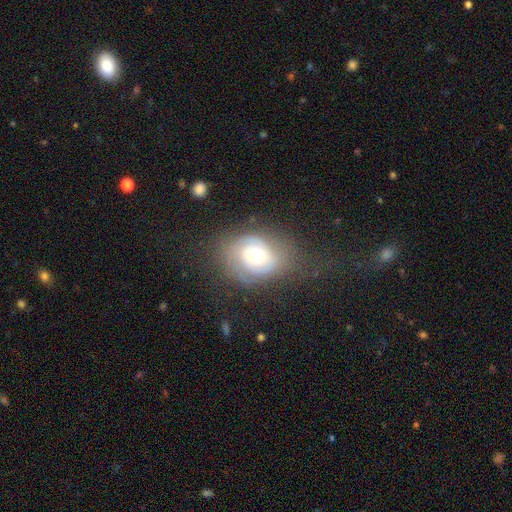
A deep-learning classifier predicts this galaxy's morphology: Q: Smooth or featured?
A: featured or disk (53%); runner-up: smooth (37%)
Q: Edge-on disk?
A: no (96%); runner-up: yes (4%)
Q: Bar?
A: no (80%); runner-up: weak (16%)
Q: Spiral arms?
A: yes (67%); runner-up: no (33%)
Q: Bulge size?
A: moderate (58%); runner-up: large (31%)
Q: Merging?
A: none (58%); runner-up: minor disturbance (23%)